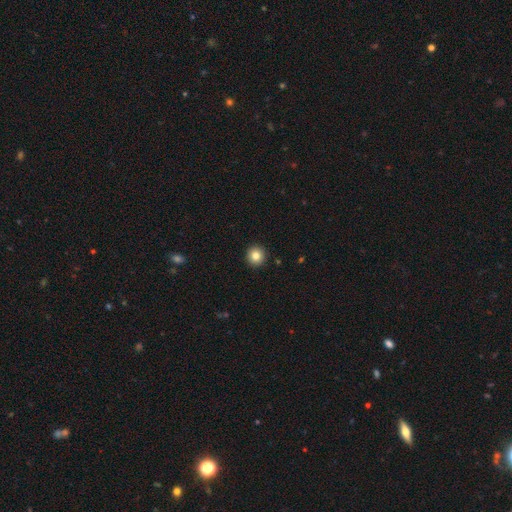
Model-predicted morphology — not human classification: smooth-or-featured: smooth: 83% | star or artifact: 10% | featured or disk: 7%
  how-rounded: round: 95% | in between: 4% | cigar-shaped: 1%
  merging: none: 93% | minor disturbance: 4% | major disturbance: 1% | merger: 1%